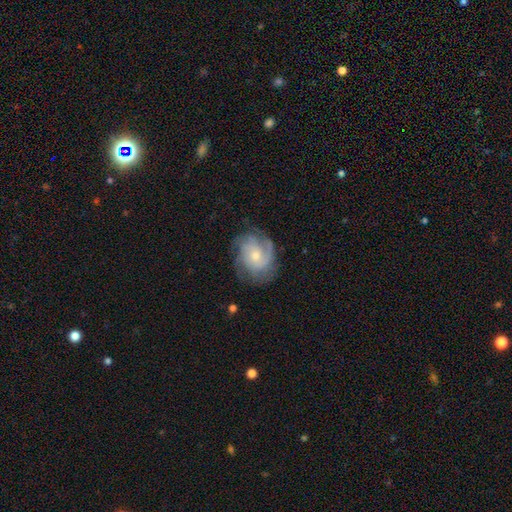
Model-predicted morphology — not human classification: Q: Smooth or featured?
A: featured or disk (80%); runner-up: smooth (14%)
Q: Edge-on disk?
A: no (98%); runner-up: yes (2%)
Q: Bar?
A: no (73%); runner-up: weak (24%)
Q: Spiral arms?
A: yes (95%); runner-up: no (5%)
Q: Spiral winding?
A: tight (48%); runner-up: medium (39%)
Q: Spiral arm count?
A: 3 (32%); runner-up: can't tell (25%)
Q: Bulge size?
A: small (55%); runner-up: moderate (39%)
Q: Merging?
A: none (71%); runner-up: minor disturbance (19%)